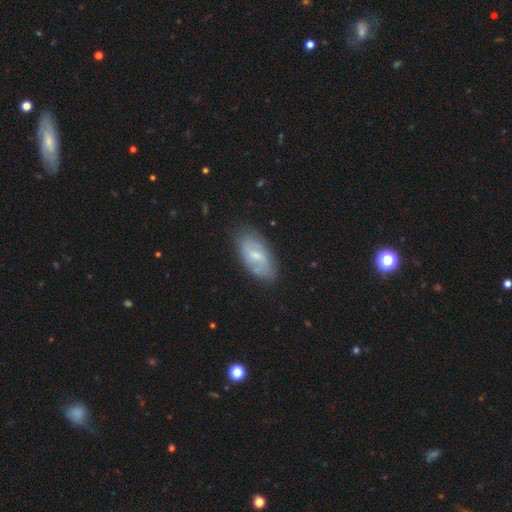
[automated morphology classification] Smooth or featured? Predicted: featured or disk (p=0.56). Edge-on disk? Predicted: no (p=0.93). Bar? Predicted: weak (p=0.58). Spiral arms? Predicted: yes (p=0.72). Bulge size? Predicted: small (p=0.49). Merging? Predicted: none (p=0.76).